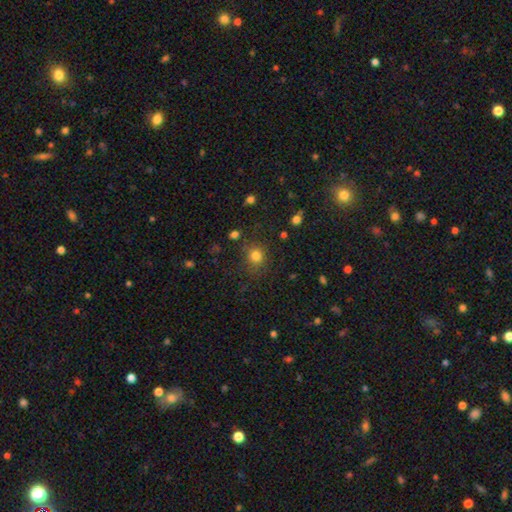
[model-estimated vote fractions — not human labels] The model was most divided on "smooth or featured": smooth: 80%, star or artifact: 15%, featured or disk: 6%. More confident: how rounded — round (84%); merging — none (81%).